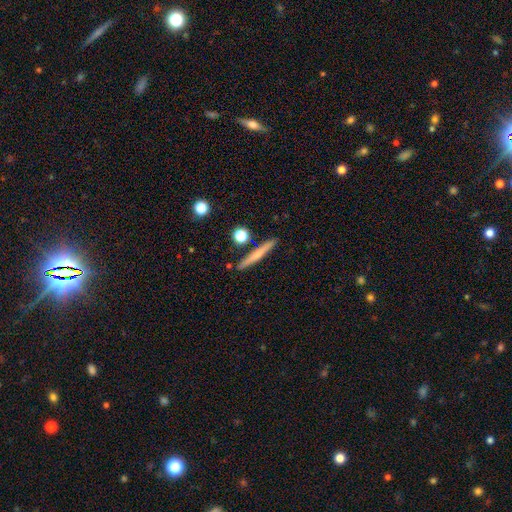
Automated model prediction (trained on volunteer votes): Smooth or featured? featured or disk (48%)
Merging? none (87%)